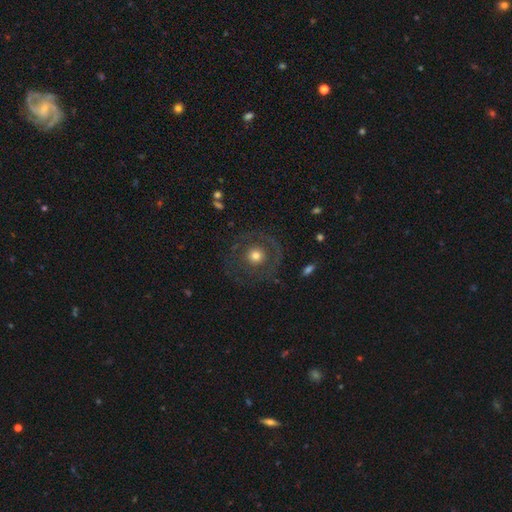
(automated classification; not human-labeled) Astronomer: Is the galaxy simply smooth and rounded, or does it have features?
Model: smooth — 50% (runner-up: featured or disk, 41%).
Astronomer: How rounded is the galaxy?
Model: round — 92%.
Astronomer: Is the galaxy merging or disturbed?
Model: none — 77%.